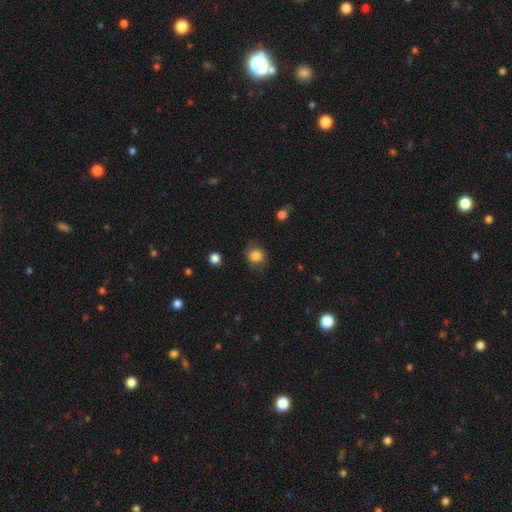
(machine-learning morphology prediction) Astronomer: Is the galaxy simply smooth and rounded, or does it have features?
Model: smooth — 84%.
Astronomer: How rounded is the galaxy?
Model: round — 80%.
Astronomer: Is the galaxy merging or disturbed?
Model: none — 75%.